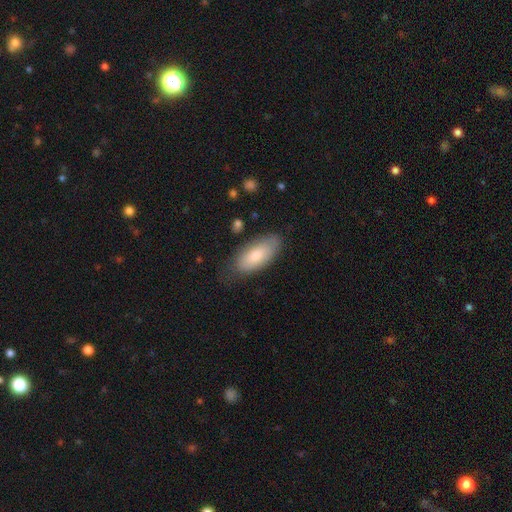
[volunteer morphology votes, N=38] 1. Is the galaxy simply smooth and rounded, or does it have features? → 84% smooth, 13% featured or disk, 3% star or artifact.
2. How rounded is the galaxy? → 84% in between, 16% cigar-shaped, 0% round.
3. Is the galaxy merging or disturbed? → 73% none, 19% minor disturbance, 8% major disturbance, 0% merger.